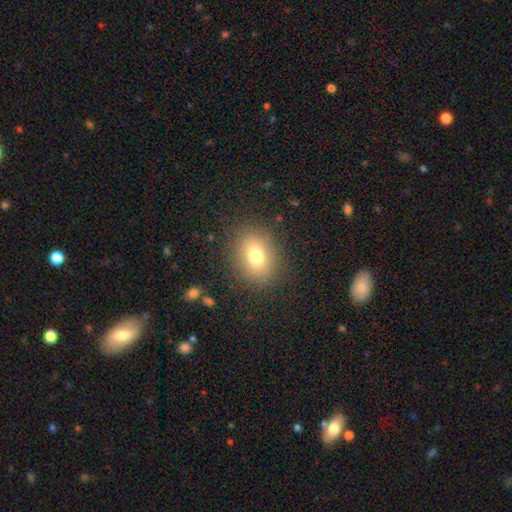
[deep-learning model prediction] The model was most divided on "how rounded": in between: 67%, round: 32%, cigar-shaped: 1%. More confident: merging — none (86%); smooth or featured — smooth (76%).